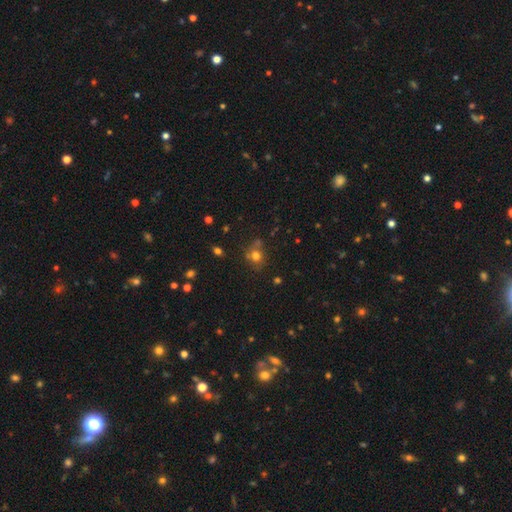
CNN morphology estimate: Smooth or featured? smooth (72%)
How rounded? round (80%)
Merging? none (63%)